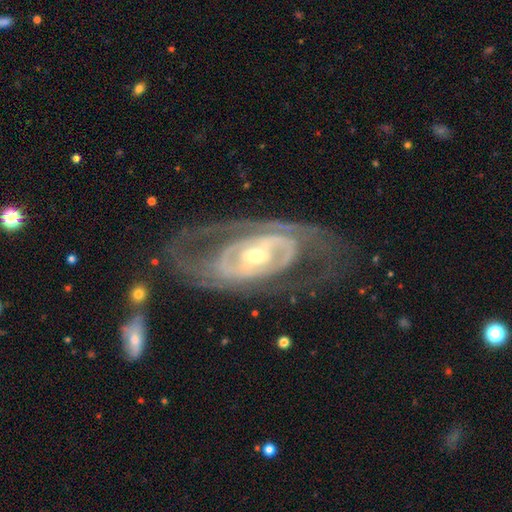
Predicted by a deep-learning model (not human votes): Overall: featured or disk (87%). Edge-on disk: no (93%). Bar: no (39%; weak 34%). Spiral arms: yes (84%). Spiral arm count: 2 (49%; can't tell 30%). Spiral winding: tight (60%; medium 29%). Bulge size: moderate (48%; small 46%). Merging: none (62%).